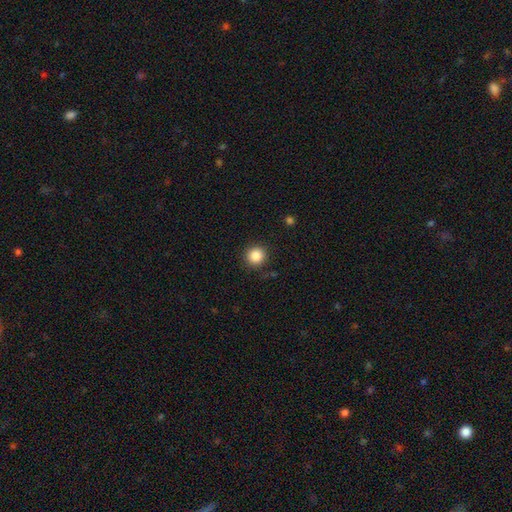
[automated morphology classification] Smooth or featured? Predicted: smooth (p=0.86). How rounded? Predicted: round (p=0.93). Merging? Predicted: none (p=0.90).